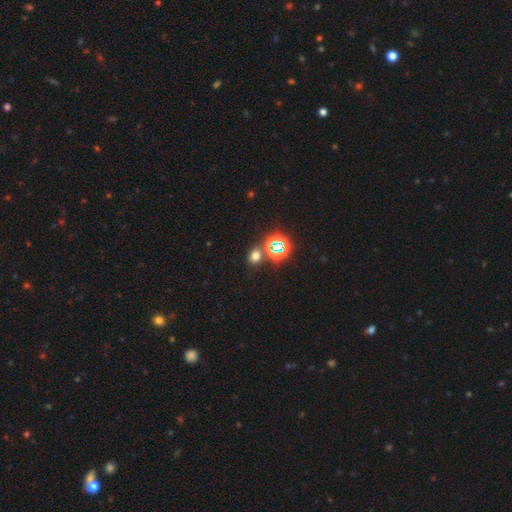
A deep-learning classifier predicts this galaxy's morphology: Smooth or featured? smooth (62%)
How rounded? round (54%)
Merging? none (74%)